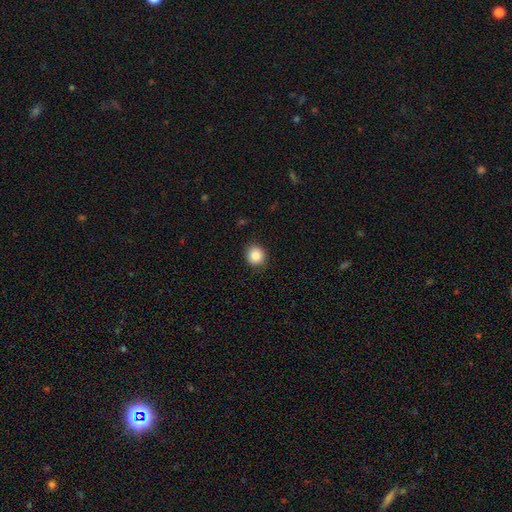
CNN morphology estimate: Smooth or featured? Predicted: smooth (p=0.85). How rounded? Predicted: round (p=0.87). Merging? Predicted: none (p=0.88).